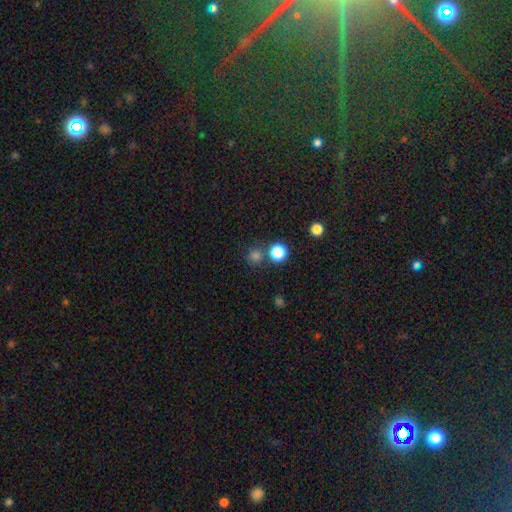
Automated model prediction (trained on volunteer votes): Smooth or featured: smooth — 74% (star or artifact — 21%)
How rounded: round — 93% (in between — 6%)
Merging: none — 76% (merger — 13%)